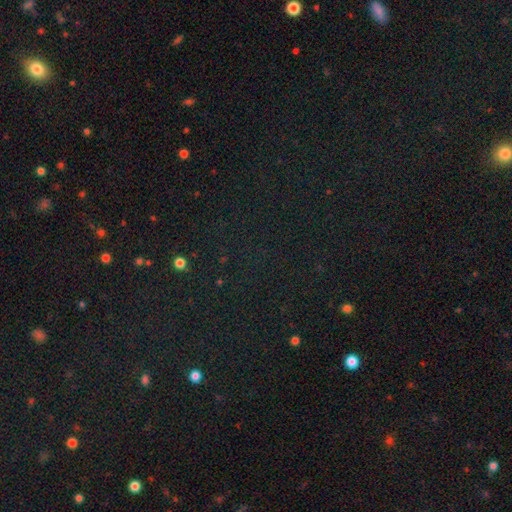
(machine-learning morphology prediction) star or artifact 75%, smooth 16%, featured or disk 8%.